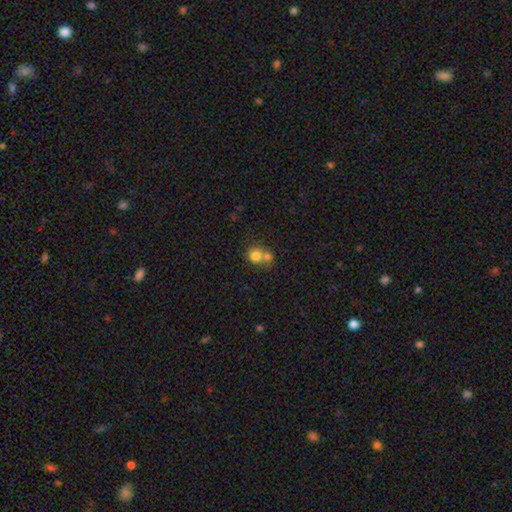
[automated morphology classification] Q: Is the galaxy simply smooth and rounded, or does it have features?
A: smooth — 77%.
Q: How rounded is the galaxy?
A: round — 84%.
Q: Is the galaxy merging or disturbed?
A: merger — 54%.